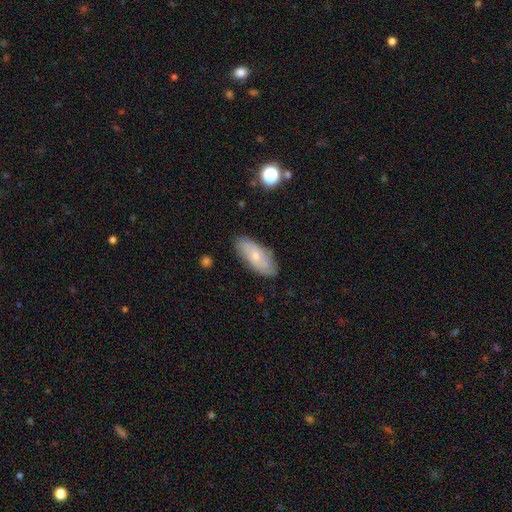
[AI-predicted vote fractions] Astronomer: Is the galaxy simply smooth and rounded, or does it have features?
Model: smooth — 59%.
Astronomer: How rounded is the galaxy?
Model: in between — 81%.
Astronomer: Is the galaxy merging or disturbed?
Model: none — 81%.